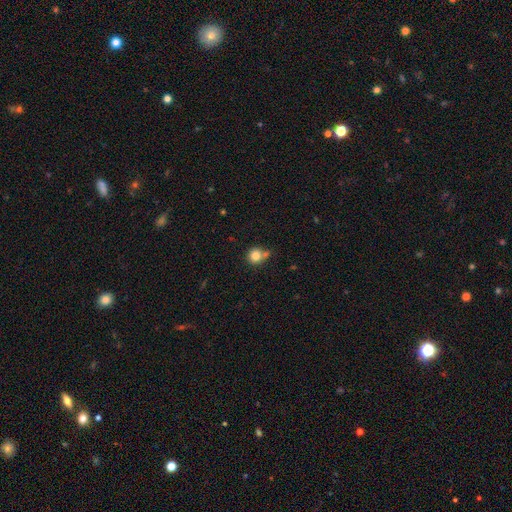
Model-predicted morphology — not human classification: smooth 82%, star or artifact 11%, featured or disk 8%. Down the decision tree: how rounded — round (88%); merging — none (59%).